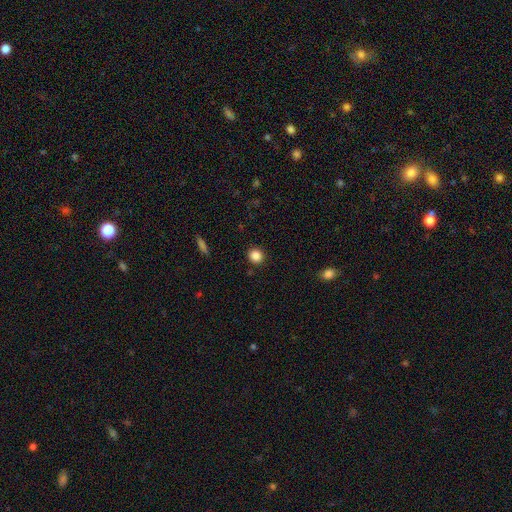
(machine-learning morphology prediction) A smooth galaxy with no disk features (86%) that is round (84%). Merging: none (91%).